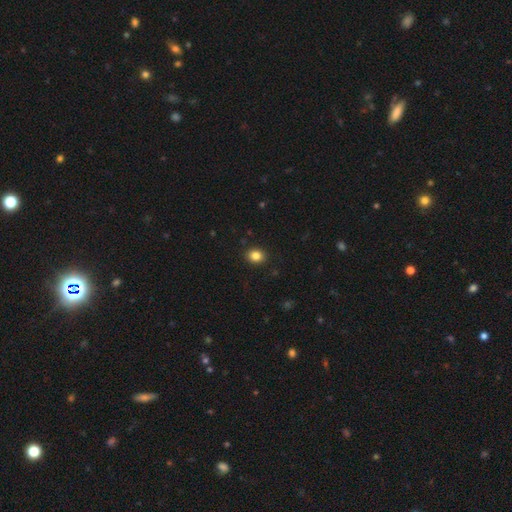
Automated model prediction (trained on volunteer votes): A smooth galaxy with no disk features (85%) that is round (63%). Merging: none (91%).